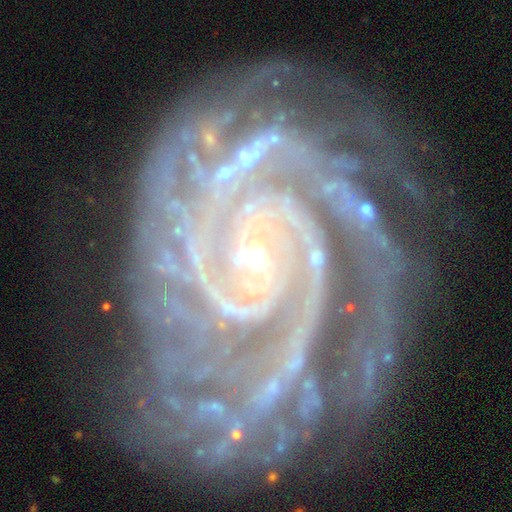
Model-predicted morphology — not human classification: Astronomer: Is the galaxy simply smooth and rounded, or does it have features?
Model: featured or disk — 93%.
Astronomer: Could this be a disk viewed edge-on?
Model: no — 98%.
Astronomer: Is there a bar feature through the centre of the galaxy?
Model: no — 64%.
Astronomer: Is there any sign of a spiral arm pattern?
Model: yes — 99%.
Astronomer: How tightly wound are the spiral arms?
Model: tight — 78%.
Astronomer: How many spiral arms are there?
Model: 2 — 25% (runner-up: 3, 19%).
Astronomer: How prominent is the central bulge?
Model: small — 80%.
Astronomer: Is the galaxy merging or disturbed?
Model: none — 70%.